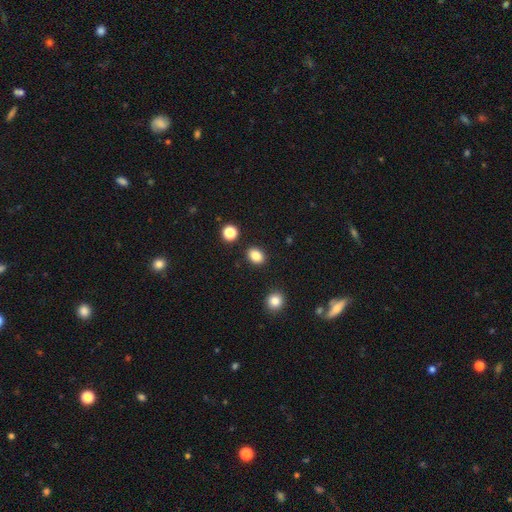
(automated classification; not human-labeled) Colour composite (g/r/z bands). It shows a smooth galaxy with no disk features (85%) that is in between round and cigar-shaped (65%). Merging: none (88%).